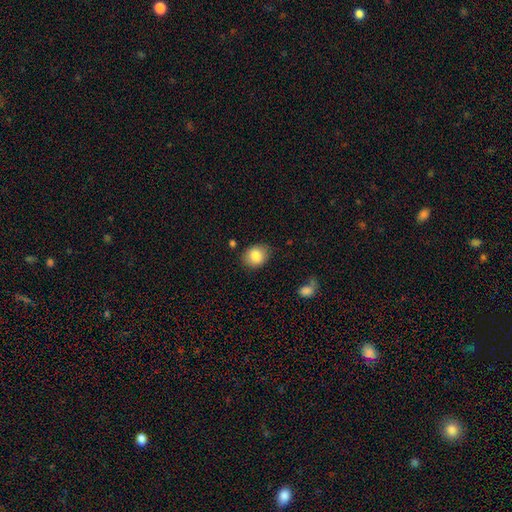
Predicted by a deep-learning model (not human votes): Smooth or featured? smooth (84%)
How rounded? round (54%)
Merging? none (80%)